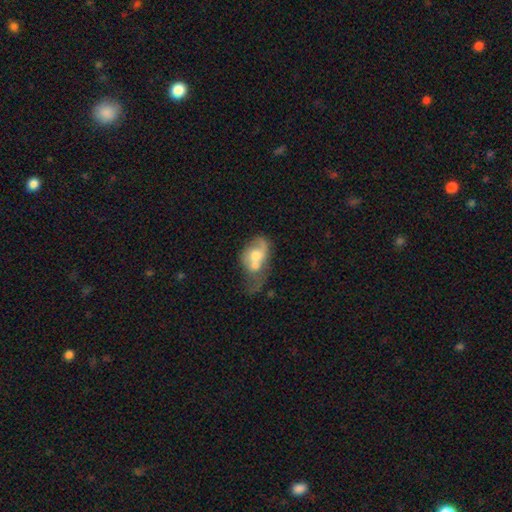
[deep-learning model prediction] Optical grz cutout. It shows a featured or disk galaxy (49%). Merging: merger (53%).